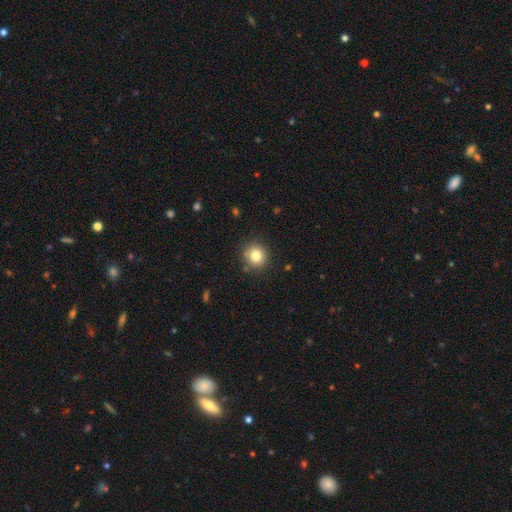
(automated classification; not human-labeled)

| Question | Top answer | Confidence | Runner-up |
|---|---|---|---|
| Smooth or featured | smooth | 80% | star or artifact (12%) |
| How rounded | round | 87% | in between (12%) |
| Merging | none | 86% | minor disturbance (9%) |